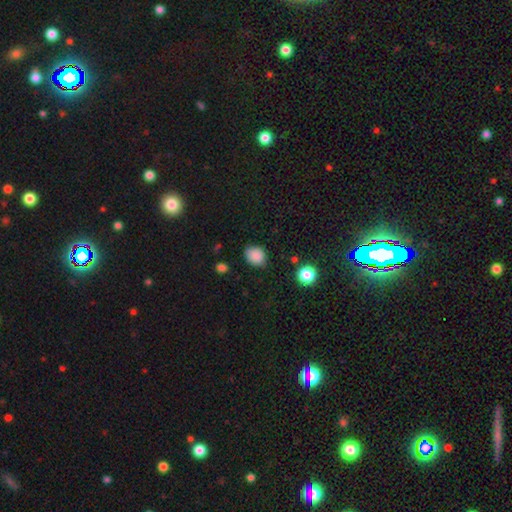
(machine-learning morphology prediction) The model was most divided on "how rounded": round: 62%, in between: 37%, cigar-shaped: 1%. More confident: smooth or featured — smooth (86%); merging — none (77%).